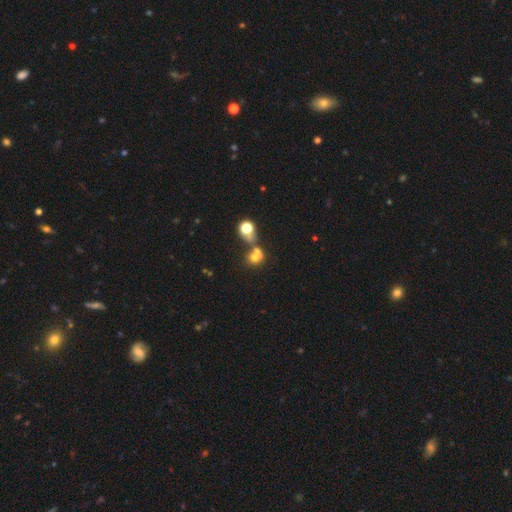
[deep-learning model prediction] This appears to be a smooth galaxy with no disk features (63%) that is round (78%). Merging: merger (53%).